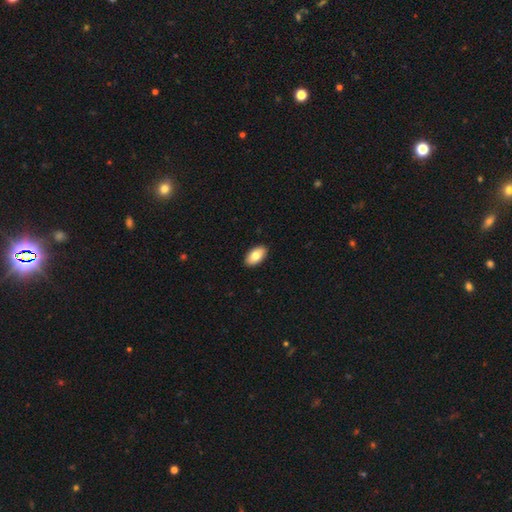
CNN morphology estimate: Smooth or featured? Predicted: smooth (p=0.80). How rounded? Predicted: in between (p=0.94). Merging? Predicted: none (p=0.91).